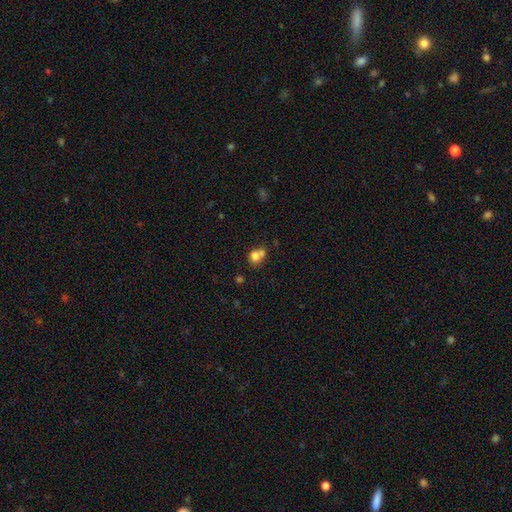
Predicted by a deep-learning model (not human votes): Smooth or featured: smooth — 76% (featured or disk — 13%)
How rounded: round — 73% (in between — 26%)
Merging: merger — 53% (none — 35%)